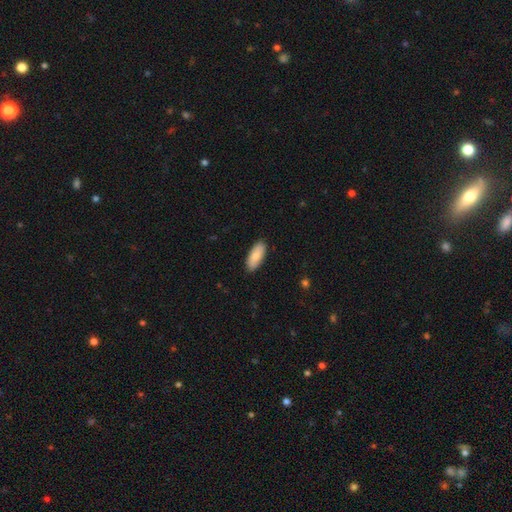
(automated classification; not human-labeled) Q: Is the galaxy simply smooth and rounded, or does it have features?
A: smooth — 87%.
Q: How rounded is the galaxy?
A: in between — 76%.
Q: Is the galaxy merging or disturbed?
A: none — 89%.